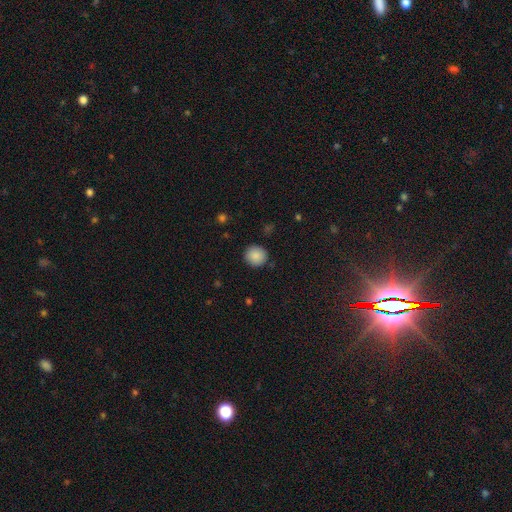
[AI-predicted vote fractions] This is clearly a smooth galaxy (88%). How rounded: clearly round (92%). Merging: clearly none (90%).